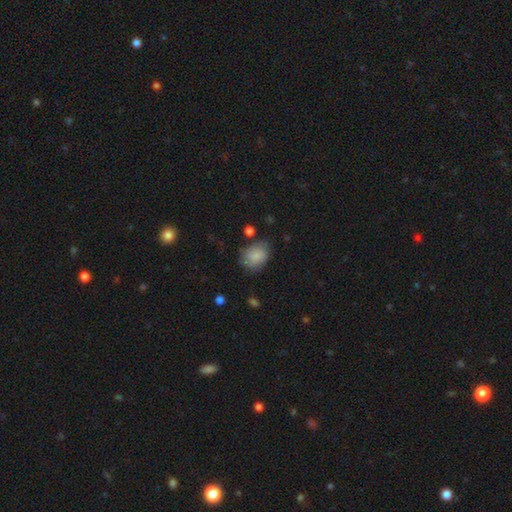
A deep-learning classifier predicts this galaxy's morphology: Overall: smooth (81%). How rounded: in between (54%; round 45%). Merging: none (64%; minor disturbance 25%).